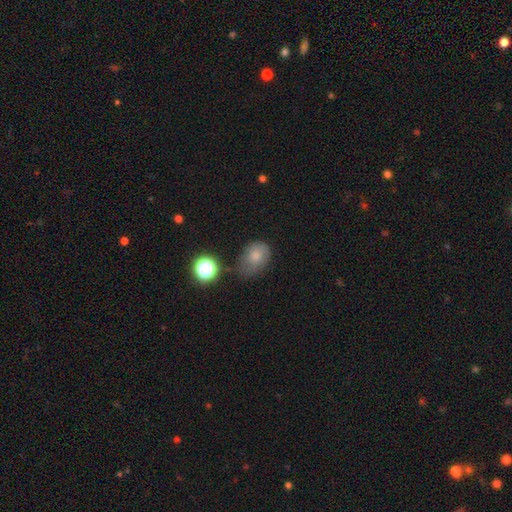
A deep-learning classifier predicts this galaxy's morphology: Smooth or featured? Predicted: smooth (p=0.75). How rounded? Predicted: in between (p=0.65). Merging? Predicted: none (p=0.42).